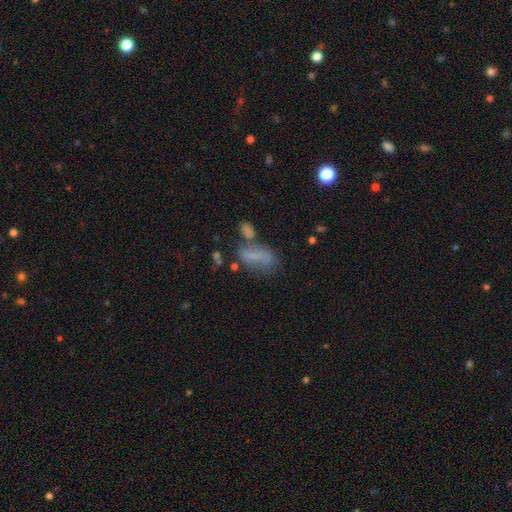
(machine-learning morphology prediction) The model was most divided on "merging": none: 39%, merger: 23%, minor disturbance: 21%, major disturbance: 18%. More confident: how rounded — in between (70%); smooth or featured — smooth (62%).